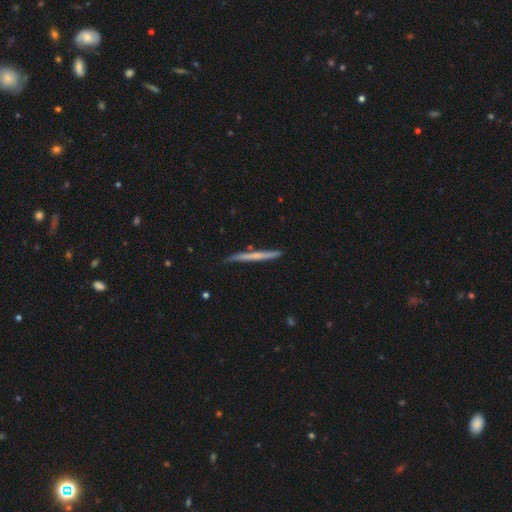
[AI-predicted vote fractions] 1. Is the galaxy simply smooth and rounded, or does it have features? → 48% smooth, 46% featured or disk, 6% star or artifact.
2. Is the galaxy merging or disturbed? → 84% none, 13% minor disturbance, 2% merger, 2% major disturbance.